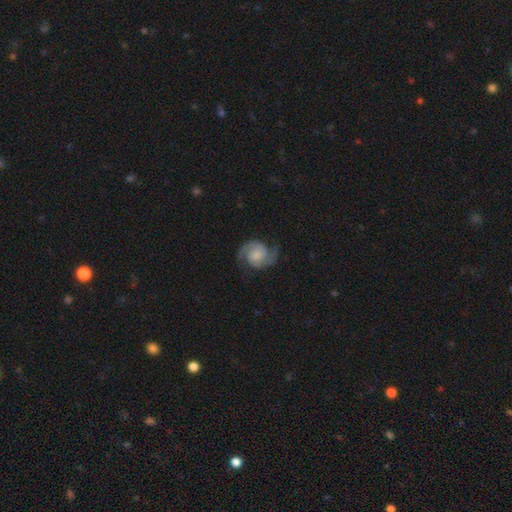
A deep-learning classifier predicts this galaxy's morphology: Overall: featured or disk (88%). Edge-on disk: no (98%). Bar: no (67%; weak 27%). Spiral arms: yes (98%). Spiral arm count: 2 (93%). Spiral winding: medium (52%; tight 36%). Bulge size: none (31%; moderate 28%). Merging: none (79%).